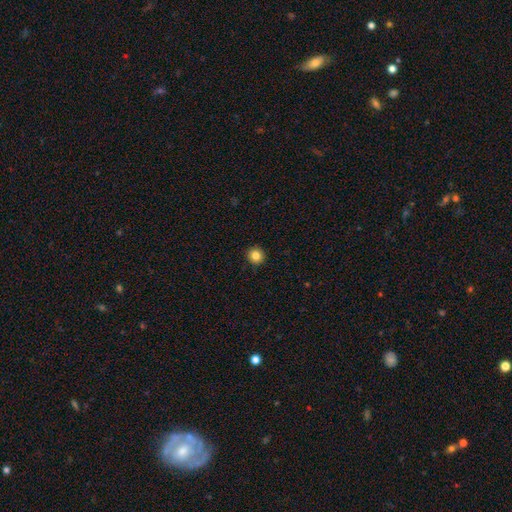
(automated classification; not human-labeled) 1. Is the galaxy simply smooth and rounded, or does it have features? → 83% smooth, 11% star or artifact, 6% featured or disk.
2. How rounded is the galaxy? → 93% round, 6% in between, 1% cigar-shaped.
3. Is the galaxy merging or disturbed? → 92% none, 5% minor disturbance, 2% major disturbance, 1% merger.